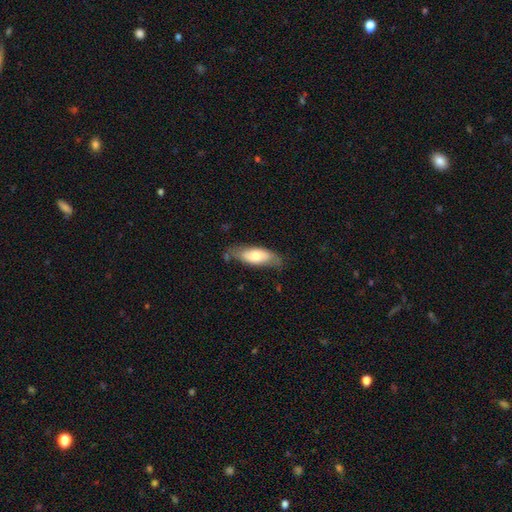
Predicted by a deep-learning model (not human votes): This appears to be a smooth galaxy with no disk features (62%) that is in between round and cigar-shaped (74%). Merging: none (65%).